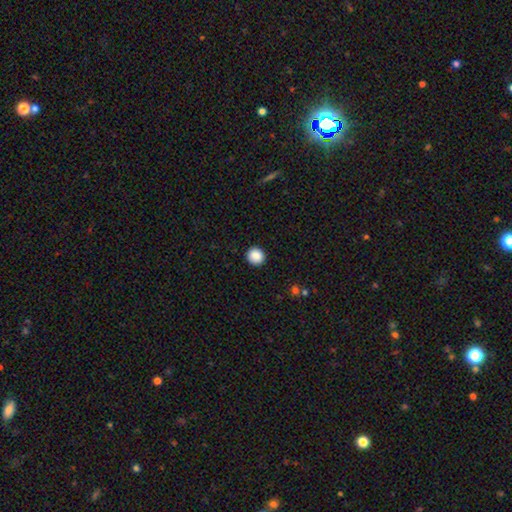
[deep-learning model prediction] smooth_or_featured: smooth (p=0.88) [alt: star or artifact p=0.09]
how_rounded: round (p=0.93) [alt: in between p=0.06]
merging: none (p=0.93) [alt: minor disturbance p=0.05]